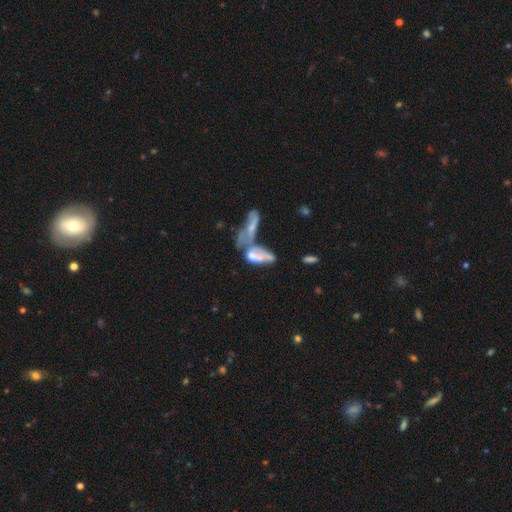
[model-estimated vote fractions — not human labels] A smooth galaxy with no disk features (45%).

Vote fractions:
- Smooth or featured? smooth: 45% / featured or disk: 44% / star or artifact: 10%
- Merging? merger: 67% / major disturbance: 15% / none: 10% / minor disturbance: 8%